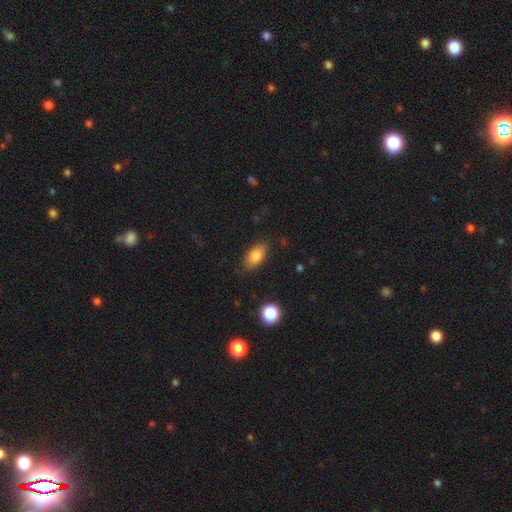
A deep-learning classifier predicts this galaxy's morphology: The model was most divided on "merging": none: 81%, minor disturbance: 14%, major disturbance: 3%, merger: 1%. More confident: how rounded — in between (89%); smooth or featured — smooth (82%).